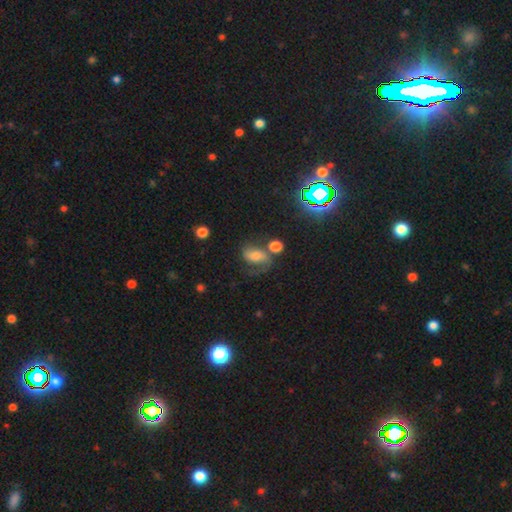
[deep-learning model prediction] Overall: featured or disk (48%; smooth 36%). Merging: none (41%; major disturbance 22%).